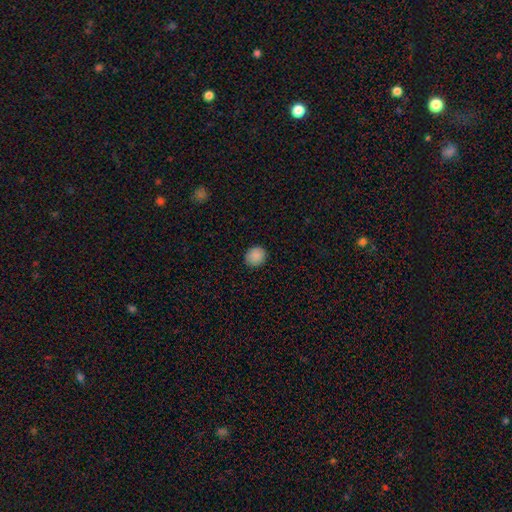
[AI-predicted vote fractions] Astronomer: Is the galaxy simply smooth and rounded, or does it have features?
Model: smooth — 89%.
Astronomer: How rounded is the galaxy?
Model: round — 79%.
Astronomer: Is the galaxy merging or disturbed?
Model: none — 90%.